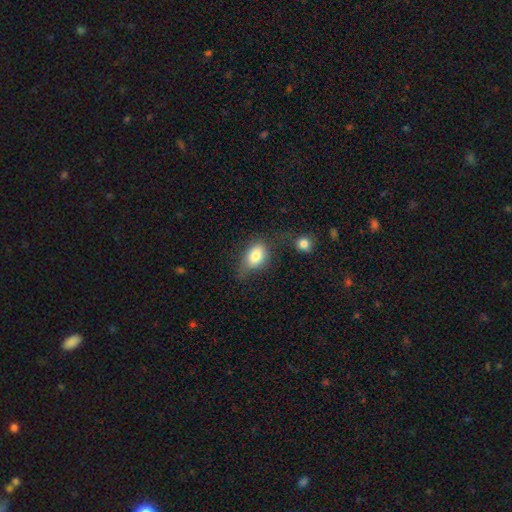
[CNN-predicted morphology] Q: Smooth or featured?
A: smooth (80%); runner-up: featured or disk (12%)
Q: How rounded?
A: in between (78%); runner-up: round (21%)
Q: Merging?
A: none (46%); runner-up: minor disturbance (28%)